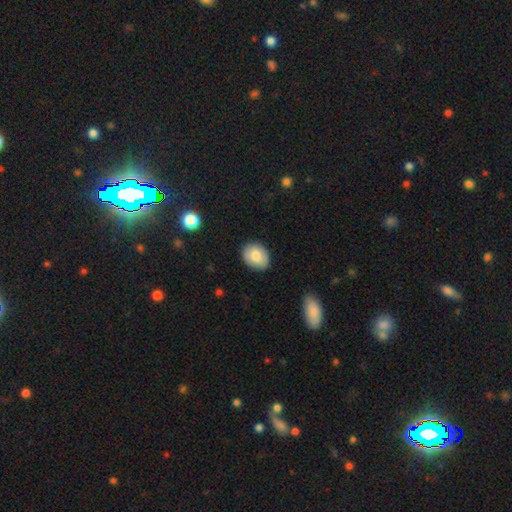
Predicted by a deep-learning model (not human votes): smooth 78%, featured or disk 14%, star or artifact 7%. Down the decision tree: how rounded — in between (57%); merging — none (85%).